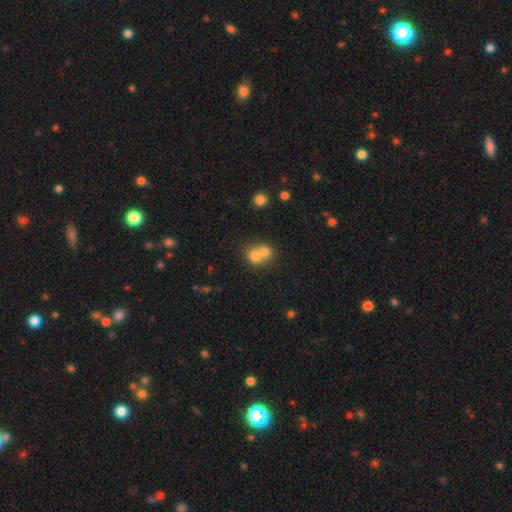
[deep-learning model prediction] Smooth or featured?
  - smooth: 70% *
  - featured or disk: 19%
  - star or artifact: 11%
How rounded?
  - round: 74% *
  - in between: 25%
  - cigar-shaped: 1%
Merging?
  - merger: 68% *
  - none: 25%
  - minor disturbance: 5%
  - major disturbance: 2%